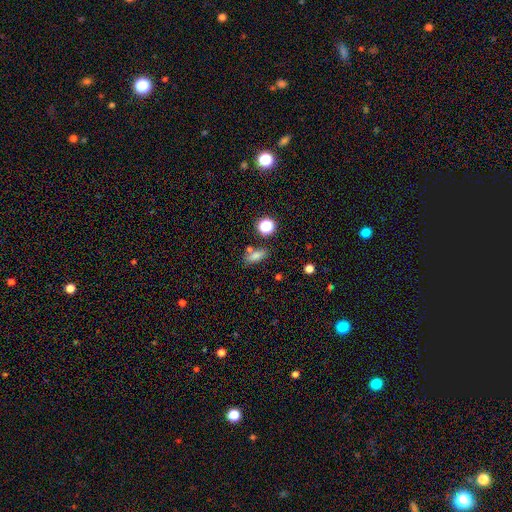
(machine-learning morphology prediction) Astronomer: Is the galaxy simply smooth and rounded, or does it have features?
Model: smooth — 76%.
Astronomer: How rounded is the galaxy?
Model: in between — 68%.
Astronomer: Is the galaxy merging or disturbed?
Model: none — 70%.